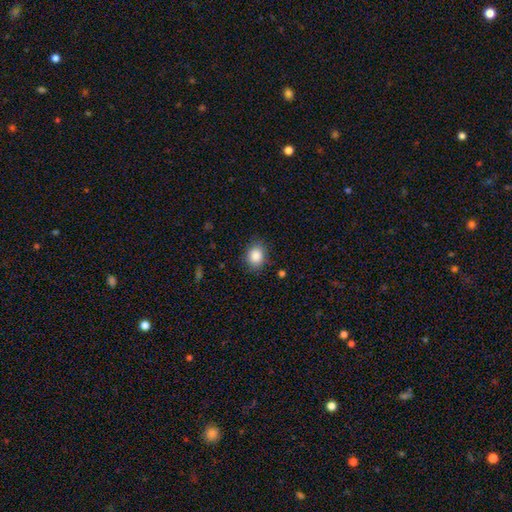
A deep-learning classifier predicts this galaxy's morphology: smooth 87%, star or artifact 9%, featured or disk 4%. Down the decision tree: how rounded — round (58%); merging — none (83%).